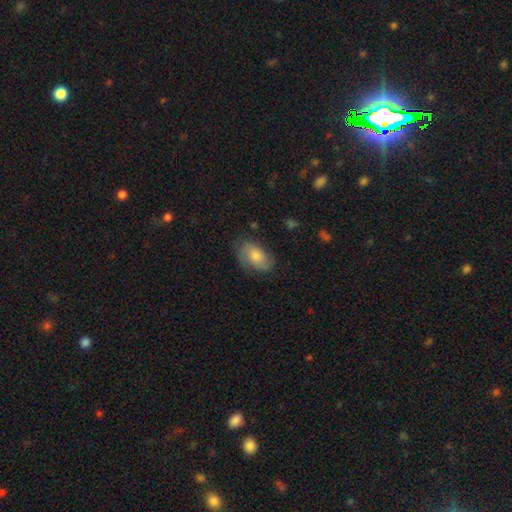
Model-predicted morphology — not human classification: Overall: smooth (59%; featured or disk 32%). How rounded: in between (90%). Merging: none (74%).